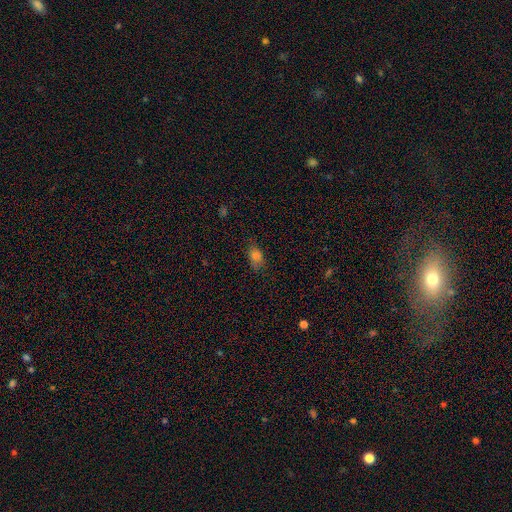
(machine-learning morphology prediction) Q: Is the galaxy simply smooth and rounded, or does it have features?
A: smooth — 77%.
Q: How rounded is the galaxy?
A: in between — 75%.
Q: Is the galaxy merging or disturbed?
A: none — 71%.